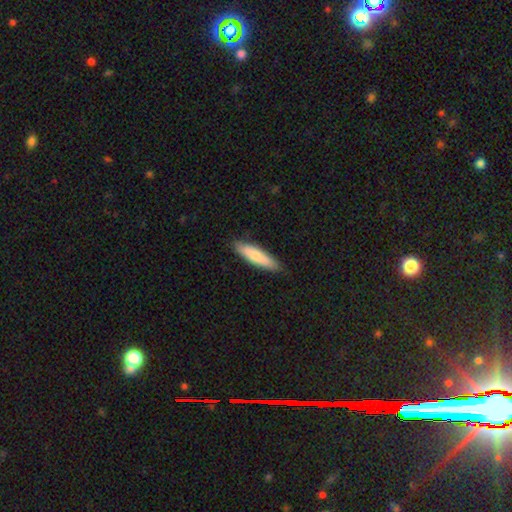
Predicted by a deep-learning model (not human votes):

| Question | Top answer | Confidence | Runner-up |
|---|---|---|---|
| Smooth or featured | smooth | 78% | featured or disk (17%) |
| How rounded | cigar-shaped | 74% | in between (25%) |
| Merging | none | 86% | minor disturbance (11%) |